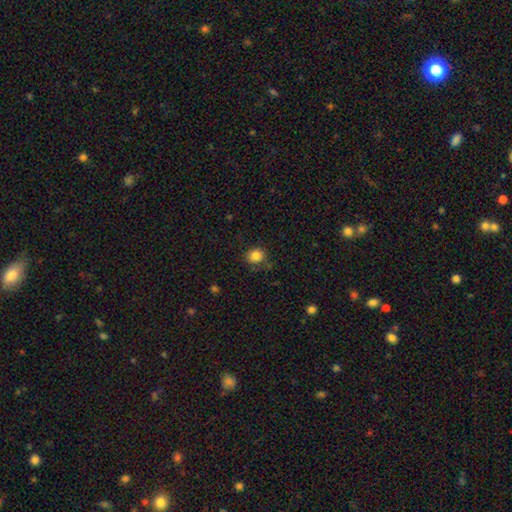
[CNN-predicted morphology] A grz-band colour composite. It shows a smooth galaxy with no disk features (84%) that is round (80%). Merging: none (70%).